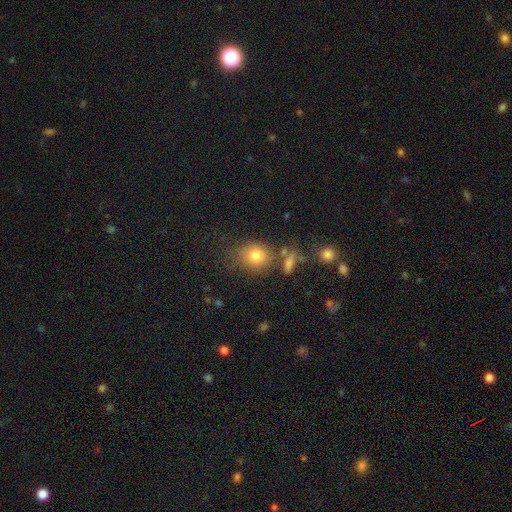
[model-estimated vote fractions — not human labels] Morphology: type=smooth (81%); roundness=round (65%); merging=none (66%).